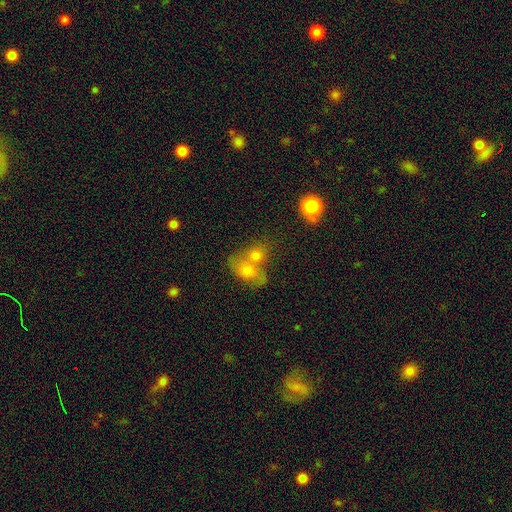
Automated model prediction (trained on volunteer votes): Morphology: type=smooth (69%); roundness=in between (54%); merging=merger (61%).